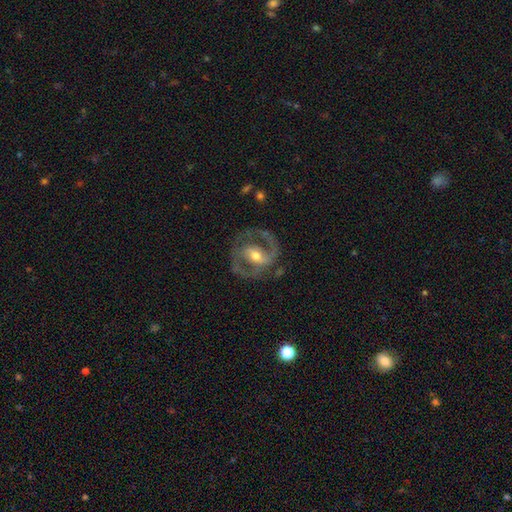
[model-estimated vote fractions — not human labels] Smooth or featured? featured or disk (84%)
Edge-on disk? no (96%)
Bar? weak (38%)
Spiral arms? yes (84%)
Spiral winding? medium (51%)
Spiral arm count? 2 (83%)
Bulge size? moderate (64%)
Merging? none (74%)